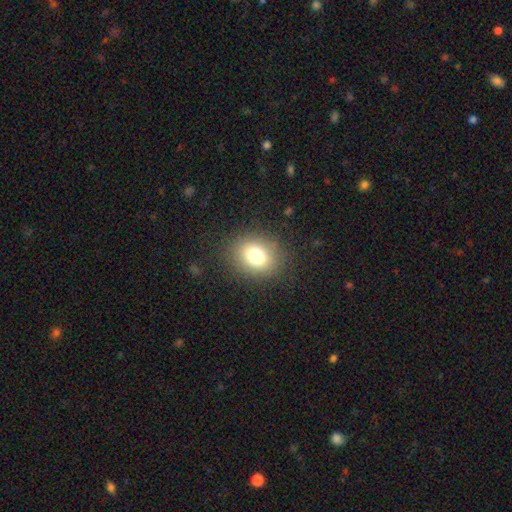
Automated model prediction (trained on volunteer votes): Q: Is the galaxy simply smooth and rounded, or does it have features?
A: smooth — 76%.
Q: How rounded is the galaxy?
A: round — 58%.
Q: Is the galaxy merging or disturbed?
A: none — 85%.